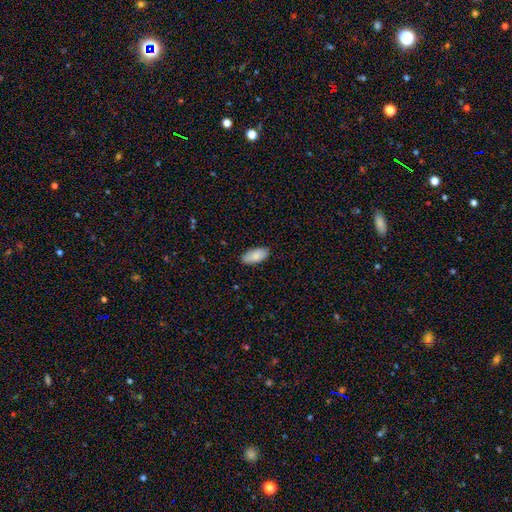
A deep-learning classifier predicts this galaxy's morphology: Smooth or featured?
  - smooth: 84% *
  - featured or disk: 10%
  - star or artifact: 6%
How rounded?
  - in between: 91% *
  - cigar-shaped: 7%
  - round: 2%
Merging?
  - none: 86% *
  - minor disturbance: 11%
  - major disturbance: 2%
  - merger: 1%